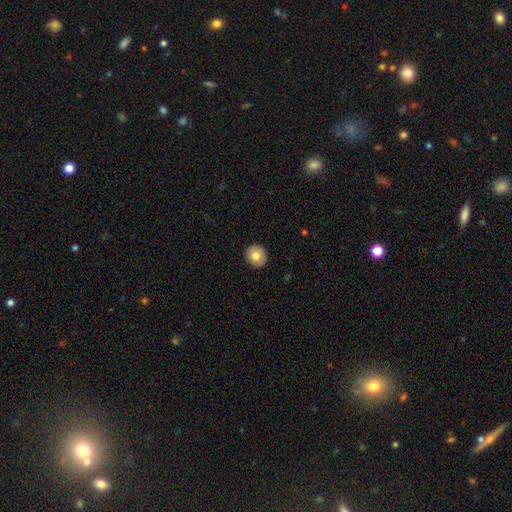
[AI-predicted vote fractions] The model was most divided on "smooth or featured": smooth: 79%, featured or disk: 14%, star or artifact: 8%. More confident: merging — none (92%); how rounded — round (89%).